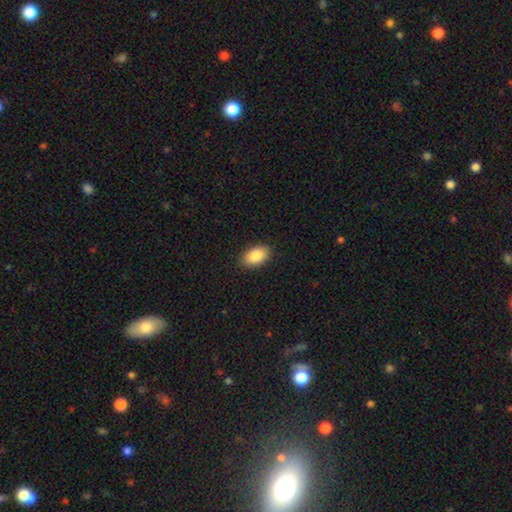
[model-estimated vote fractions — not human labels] Smooth or featured: smooth — 88% (star or artifact — 7%)
How rounded: in between — 93% (round — 6%)
Merging: none — 89% (minor disturbance — 8%)